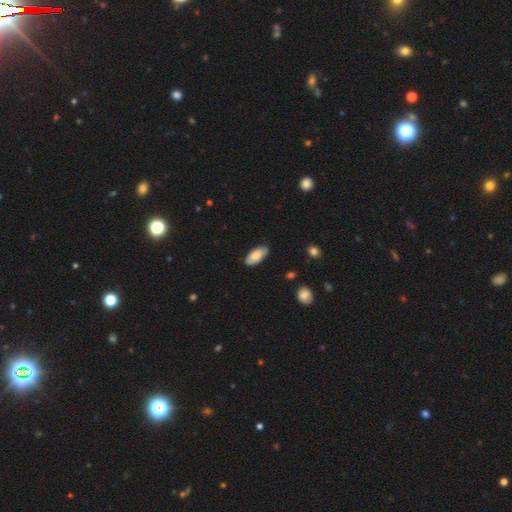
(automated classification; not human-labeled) Overall: smooth (78%). How rounded: in between (91%). Merging: none (81%).